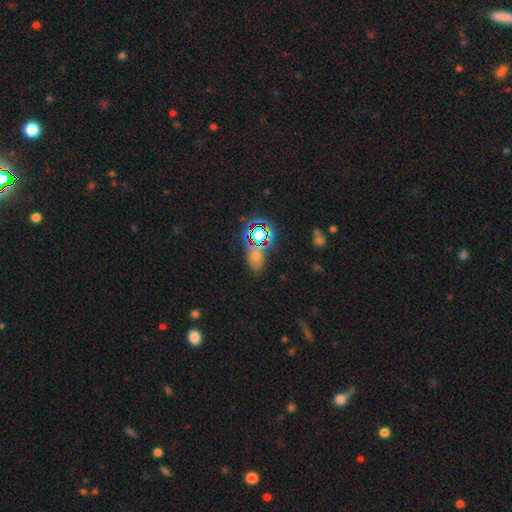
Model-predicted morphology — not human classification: This appears to be a star or artifact, not a galaxy (54%).